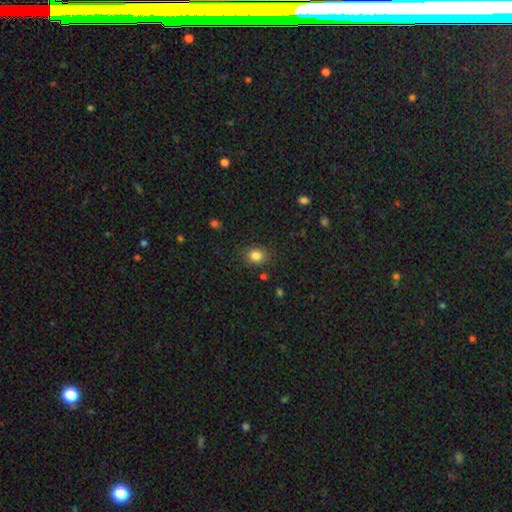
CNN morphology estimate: Smooth or featured?
  - smooth: 83% *
  - star or artifact: 11%
  - featured or disk: 6%
How rounded?
  - round: 61% *
  - in between: 38%
  - cigar-shaped: 1%
Merging?
  - none: 85% *
  - minor disturbance: 10%
  - major disturbance: 3%
  - merger: 2%